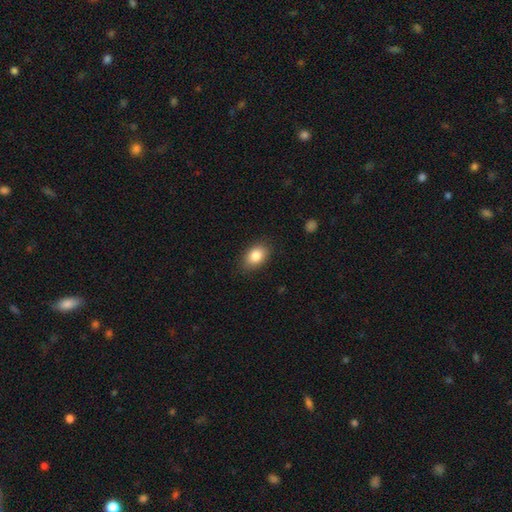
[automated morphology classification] A smooth galaxy with no disk features (85%) that is in between round and cigar-shaped (85%). Merging: none (85%).